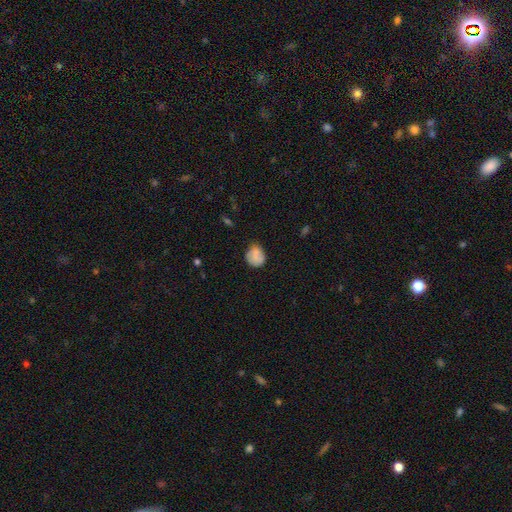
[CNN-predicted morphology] Smooth or featured: smooth — 77% (featured or disk — 14%)
How rounded: round — 71% (in between — 28%)
Merging: none — 61% (minor disturbance — 28%)